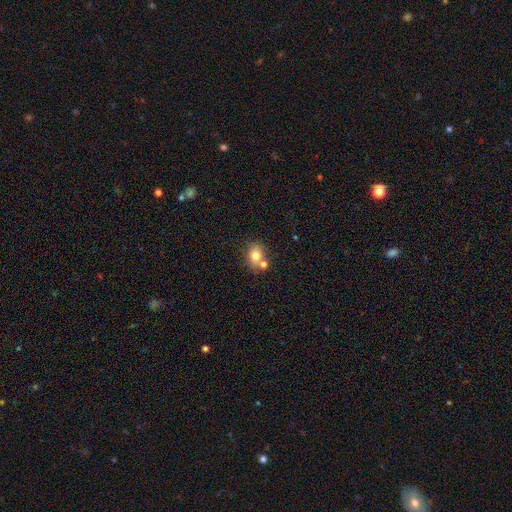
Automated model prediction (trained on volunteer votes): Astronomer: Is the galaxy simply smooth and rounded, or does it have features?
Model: smooth — 75%.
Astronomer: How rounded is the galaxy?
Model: round — 50% (runner-up: in between, 49%).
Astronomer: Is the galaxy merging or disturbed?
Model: none — 52% (runner-up: merger, 31%).